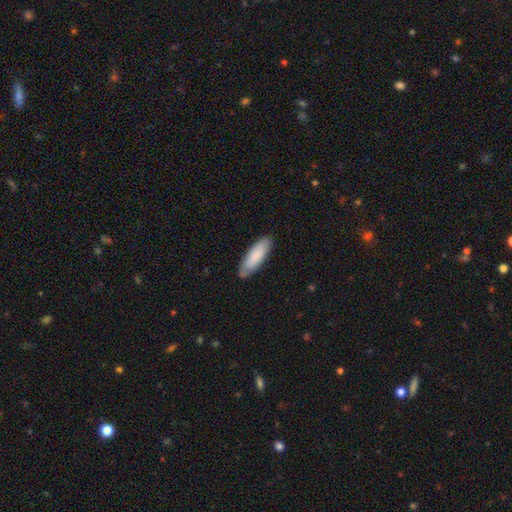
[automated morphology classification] type=smooth (83%); roundness=in between (53%); merging=none (84%).